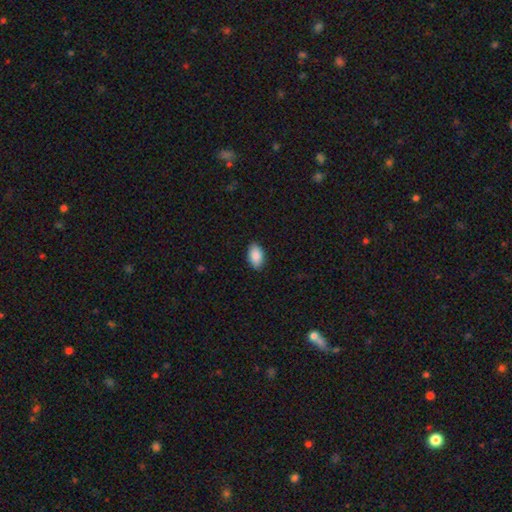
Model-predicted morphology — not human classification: This appears to be a smooth galaxy with no disk features (89%) that is in between round and cigar-shaped (94%). Merging: none (87%).